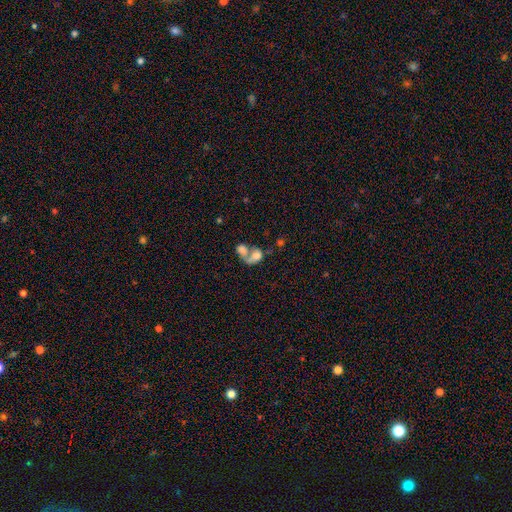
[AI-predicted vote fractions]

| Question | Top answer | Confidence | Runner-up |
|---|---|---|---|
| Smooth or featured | smooth | 65% | featured or disk (25%) |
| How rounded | in between | 64% | round (34%) |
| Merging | merger | 70% | none (13%) |